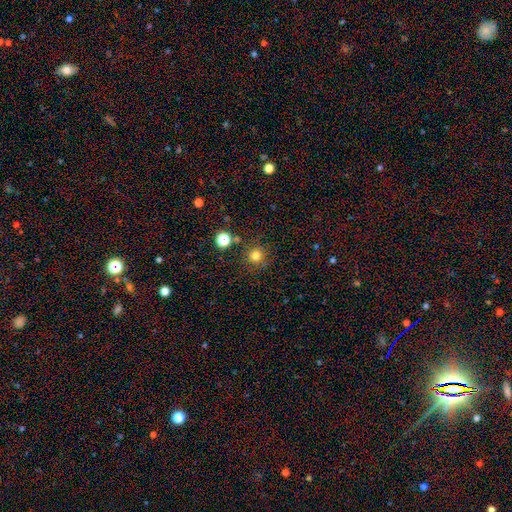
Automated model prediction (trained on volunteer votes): Smooth or featured?
  - smooth: 79% *
  - star or artifact: 15%
  - featured or disk: 6%
How rounded?
  - round: 93% *
  - in between: 6%
  - cigar-shaped: 1%
Merging?
  - none: 83% *
  - minor disturbance: 9%
  - merger: 5%
  - major disturbance: 3%